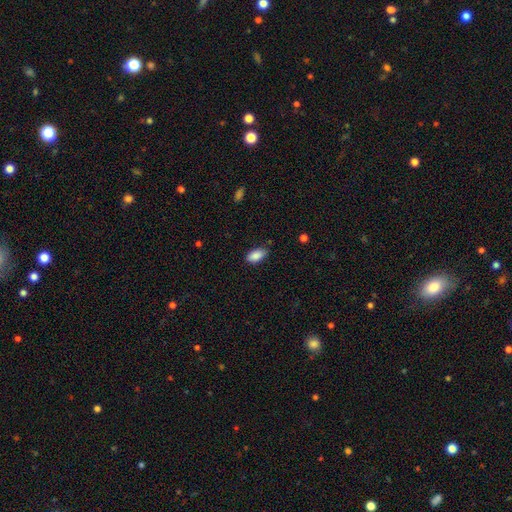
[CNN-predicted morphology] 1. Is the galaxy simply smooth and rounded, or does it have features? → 88% smooth, 7% star or artifact, 5% featured or disk.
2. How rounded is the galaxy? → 91% in between, 6% cigar-shaped, 3% round.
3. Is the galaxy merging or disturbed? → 76% none, 19% minor disturbance, 3% major disturbance, 1% merger.